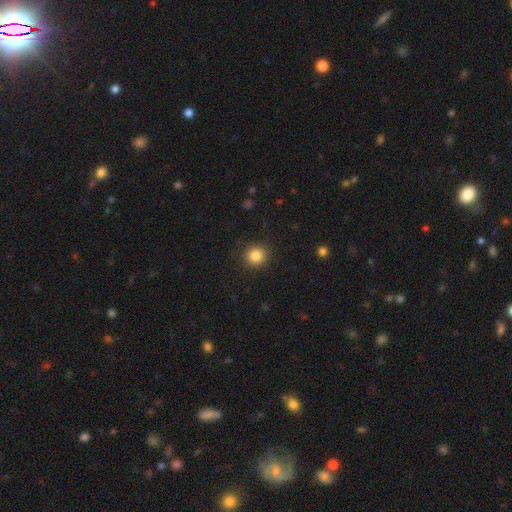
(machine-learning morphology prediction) Overall: smooth (85%). How rounded: round (92%). Merging: none (91%).